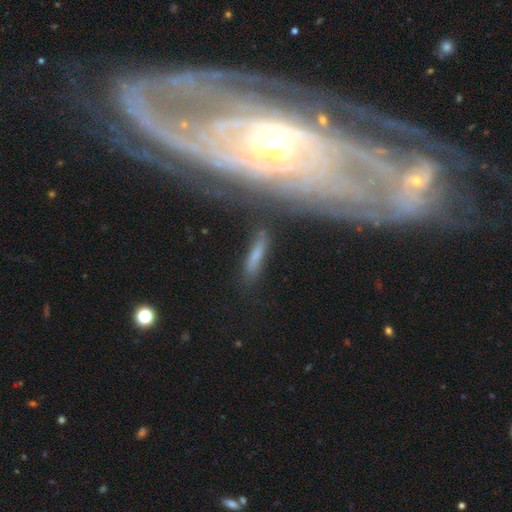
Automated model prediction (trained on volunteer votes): Morphology: type=smooth (58%); roundness=cigar-shaped (77%); merging=none (73%).